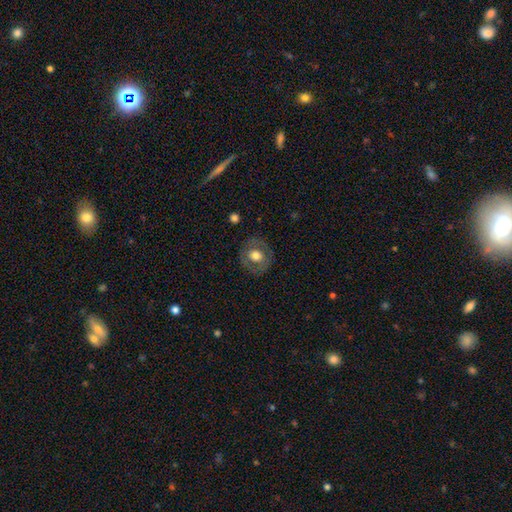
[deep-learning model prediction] Smooth or featured? Predicted: smooth (p=0.57). How rounded? Predicted: round (p=0.85). Merging? Predicted: none (p=0.83).